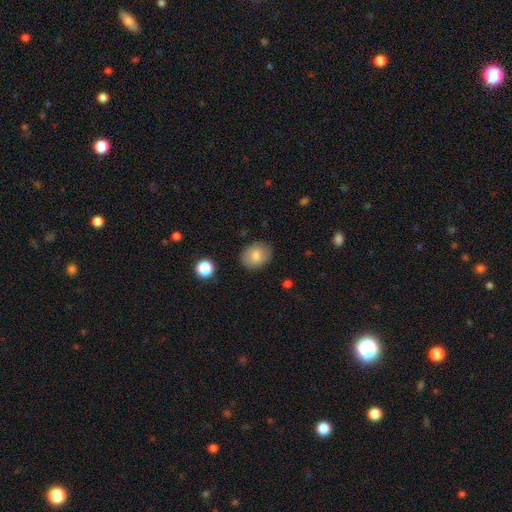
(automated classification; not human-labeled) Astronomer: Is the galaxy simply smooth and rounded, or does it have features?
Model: smooth — 80%.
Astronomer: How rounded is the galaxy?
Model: in between — 60% (runner-up: round, 39%).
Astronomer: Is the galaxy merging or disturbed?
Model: none — 84%.